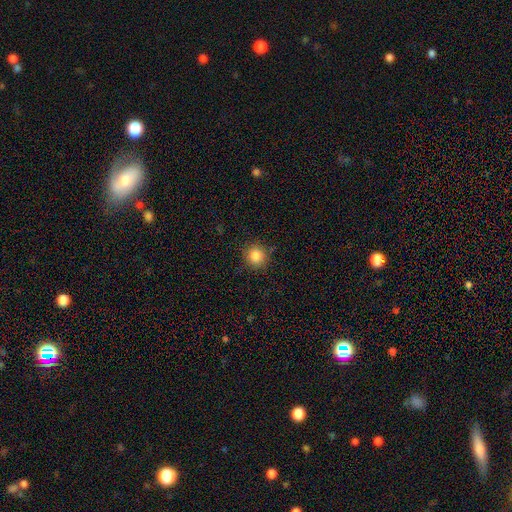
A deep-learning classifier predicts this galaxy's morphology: smooth_or_featured: smooth (p=0.86) [alt: star or artifact p=0.10]
how_rounded: round (p=0.93) [alt: in between p=0.06]
merging: none (p=0.87) [alt: minor disturbance p=0.09]